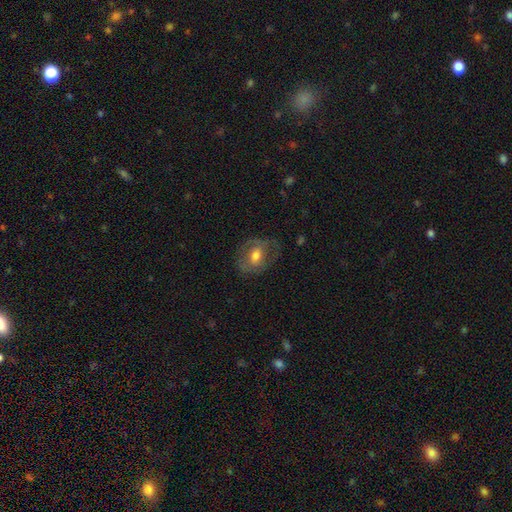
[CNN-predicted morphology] This is possibly a smooth galaxy (51%). How rounded: likely in between (60%). Merging: likely none (64%).